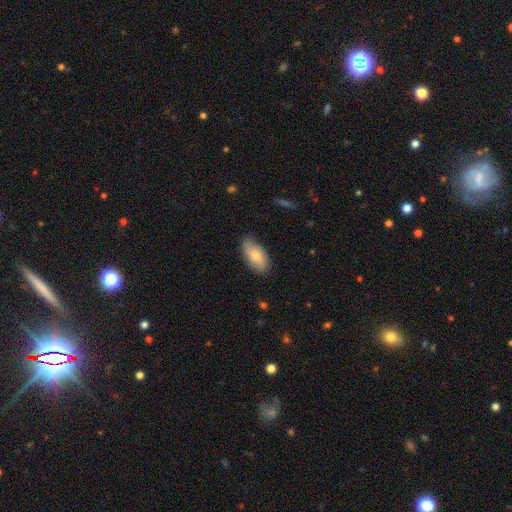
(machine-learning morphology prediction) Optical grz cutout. It shows a smooth galaxy with no disk features (75%) that is in between round and cigar-shaped (93%). Merging: none (75%).